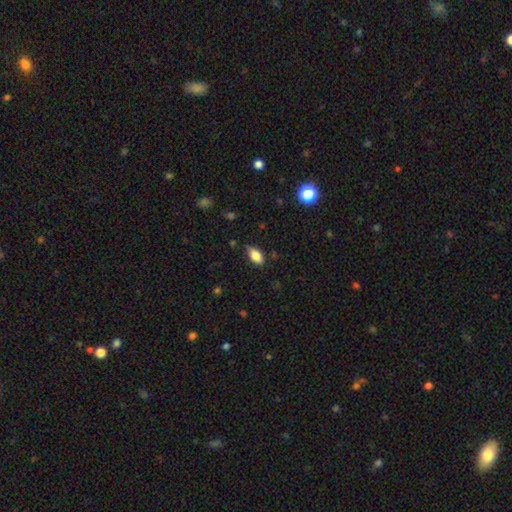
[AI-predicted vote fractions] This appears to be a smooth galaxy with no disk features (82%) that is in between round and cigar-shaped (90%). Merging: none (79%).